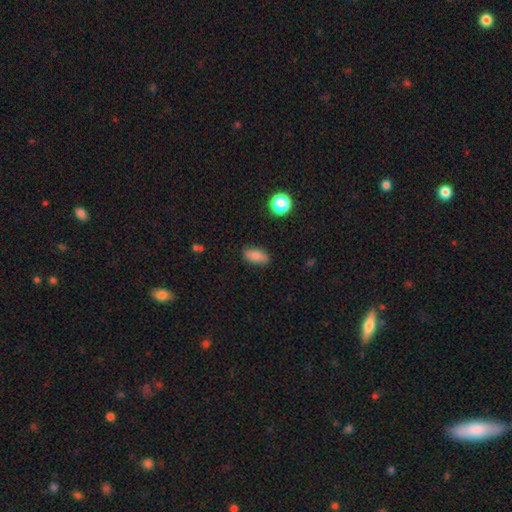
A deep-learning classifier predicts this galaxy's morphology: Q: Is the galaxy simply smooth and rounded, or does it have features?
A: smooth — 81%.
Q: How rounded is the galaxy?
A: in between — 89%.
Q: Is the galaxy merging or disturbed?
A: none — 82%.